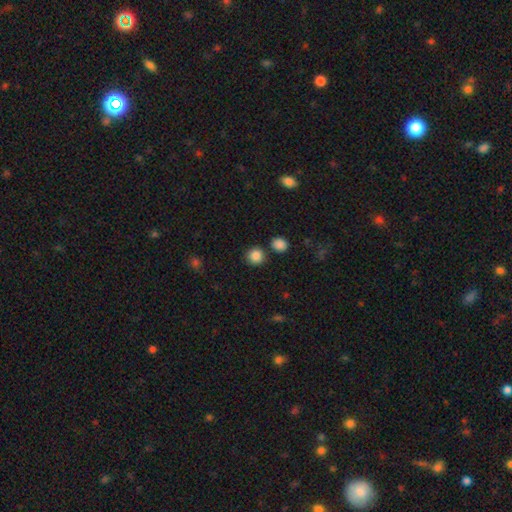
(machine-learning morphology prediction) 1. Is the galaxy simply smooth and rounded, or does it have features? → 86% smooth, 10% star or artifact, 4% featured or disk.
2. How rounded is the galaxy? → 90% round, 9% in between, 1% cigar-shaped.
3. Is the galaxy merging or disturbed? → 82% none, 8% merger, 7% minor disturbance, 3% major disturbance.